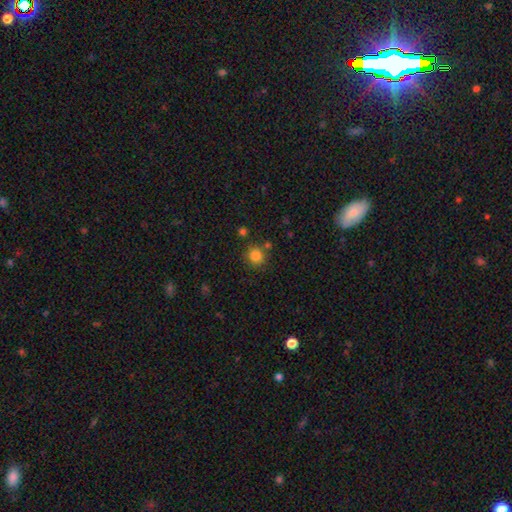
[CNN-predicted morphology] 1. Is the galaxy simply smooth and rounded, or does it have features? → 84% smooth, 12% star or artifact, 5% featured or disk.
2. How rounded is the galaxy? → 91% round, 8% in between, 1% cigar-shaped.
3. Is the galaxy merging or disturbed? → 81% none, 9% minor disturbance, 7% merger, 3% major disturbance.